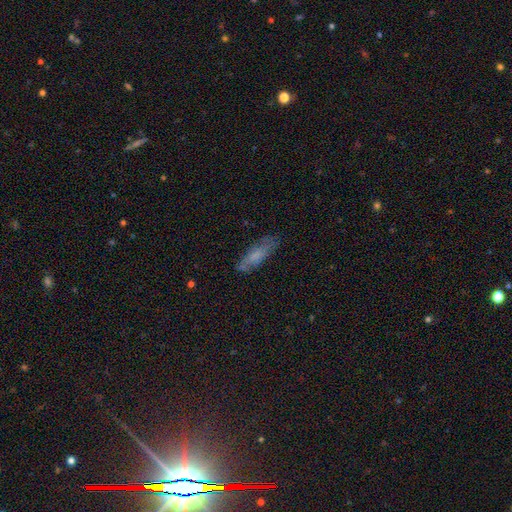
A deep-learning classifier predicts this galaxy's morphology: type=smooth (63%); roundness=cigar-shaped (57%); merging=none (71%).